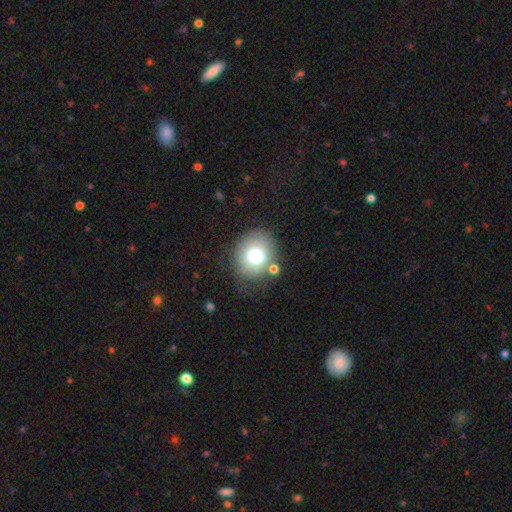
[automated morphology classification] Smooth or featured: smooth — 74% (featured or disk — 16%)
How rounded: round — 76% (in between — 23%)
Merging: none — 67% (minor disturbance — 17%)